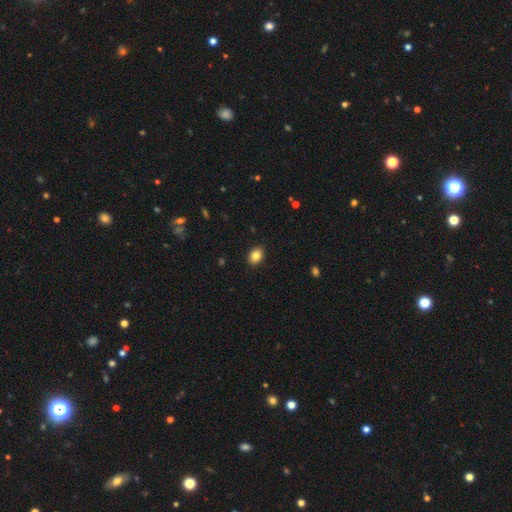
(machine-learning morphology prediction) A smooth galaxy with no disk features (85%) that is in between round and cigar-shaped (66%).

Vote fractions:
- Smooth or featured? smooth: 85% / star or artifact: 9% / featured or disk: 6%
- How rounded? in between: 66% / round: 33% / cigar-shaped: 1%
- Merging? none: 89% / minor disturbance: 8% / major disturbance: 2% / merger: 1%